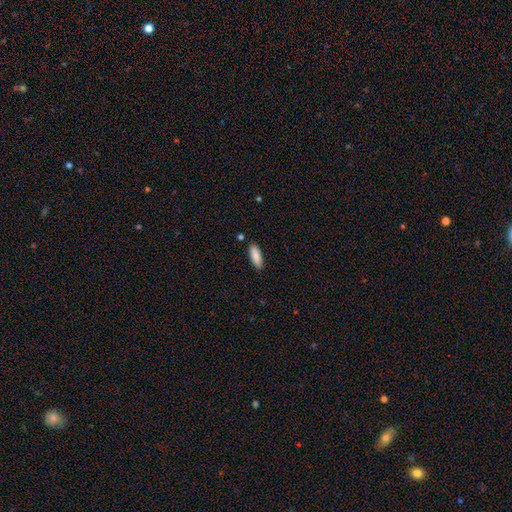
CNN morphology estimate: This is clearly a smooth galaxy (88%). How rounded: possibly in between (60%). Merging: clearly none (85%).